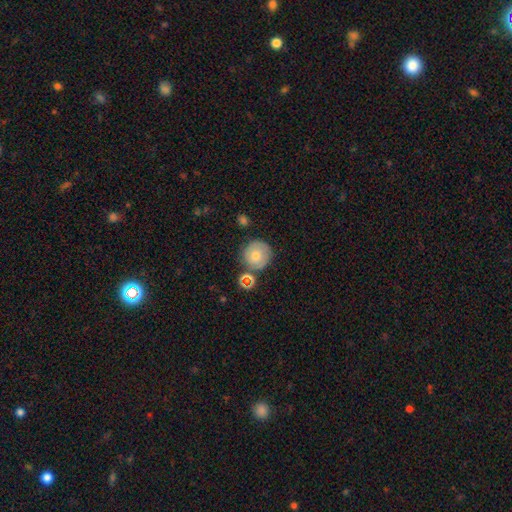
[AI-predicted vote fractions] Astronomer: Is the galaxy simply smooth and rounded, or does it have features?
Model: smooth — 61%.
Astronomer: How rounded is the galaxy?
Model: round — 93%.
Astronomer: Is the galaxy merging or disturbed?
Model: none — 74%.